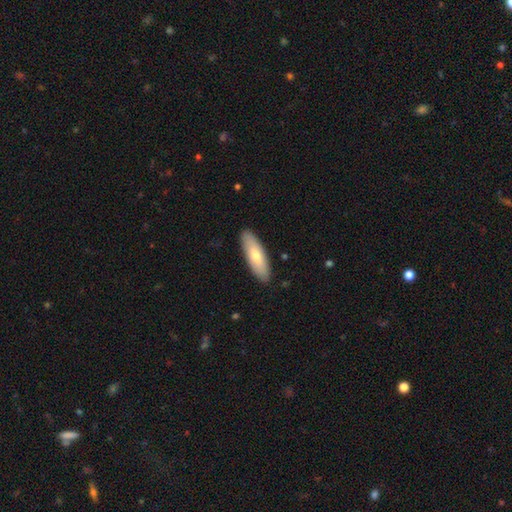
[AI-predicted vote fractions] smooth-or-featured: smooth: 67% | featured or disk: 27% | star or artifact: 5%
  how-rounded: in between: 54% | cigar-shaped: 44% | round: 2%
  merging: none: 89% | minor disturbance: 8% | major disturbance: 2% | merger: 1%